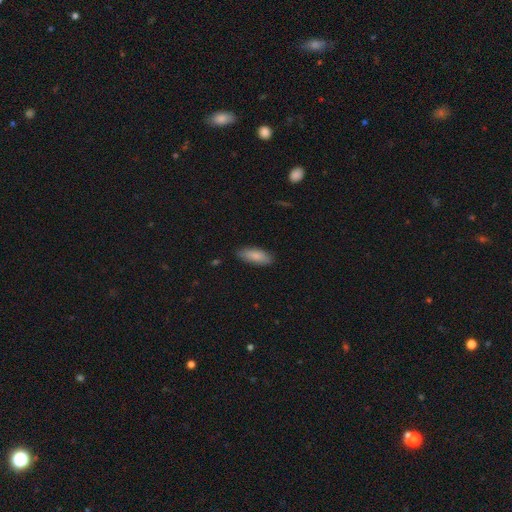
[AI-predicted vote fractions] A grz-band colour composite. It shows a smooth galaxy with no disk features (84%) that is in between round and cigar-shaped (76%). Merging: none (84%).